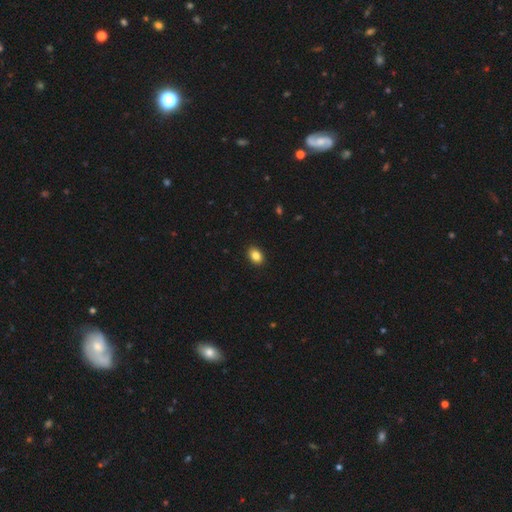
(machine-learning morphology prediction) Smooth or featured? smooth (86%)
How rounded? in between (78%)
Merging? none (91%)